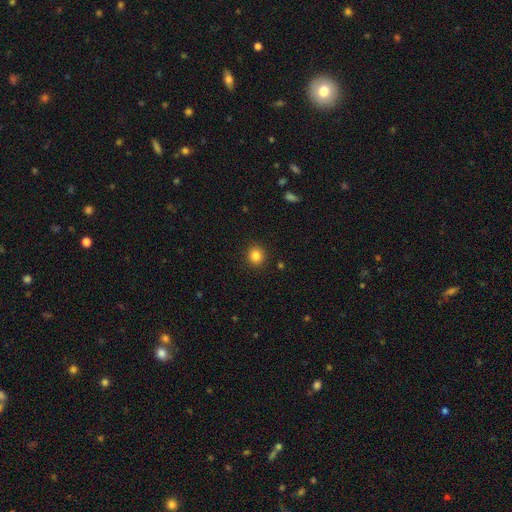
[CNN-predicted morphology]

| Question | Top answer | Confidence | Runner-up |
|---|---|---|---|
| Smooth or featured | smooth | 85% | star or artifact (11%) |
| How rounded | round | 88% | in between (11%) |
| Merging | none | 91% | minor disturbance (6%) |